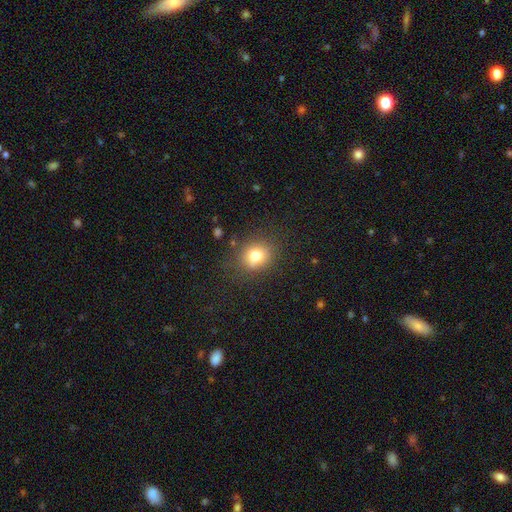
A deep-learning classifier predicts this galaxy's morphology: Smooth or featured: smooth — 77% (star or artifact — 13%)
How rounded: round — 71% (in between — 28%)
Merging: none — 80% (minor disturbance — 13%)